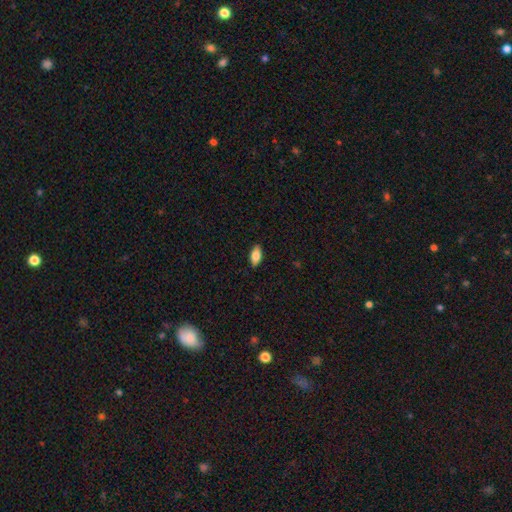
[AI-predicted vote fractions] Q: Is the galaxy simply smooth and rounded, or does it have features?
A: smooth — 78%.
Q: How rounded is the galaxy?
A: in between — 87%.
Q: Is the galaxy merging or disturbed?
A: none — 88%.